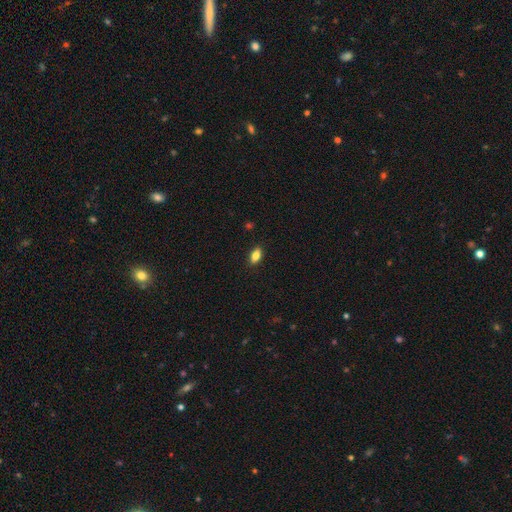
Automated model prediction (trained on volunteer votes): This appears to be a smooth galaxy with no disk features (82%) that is in between round and cigar-shaped (87%). Merging: none (88%).